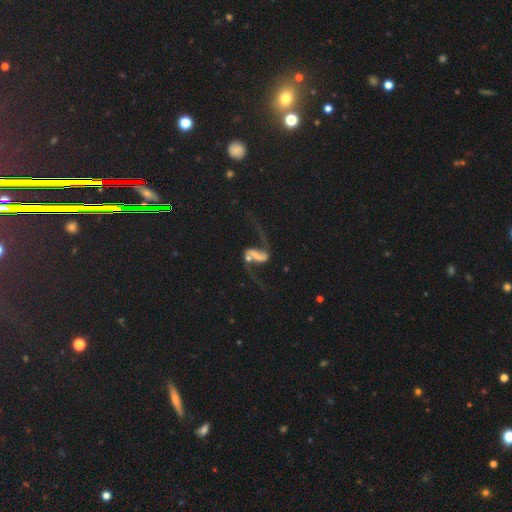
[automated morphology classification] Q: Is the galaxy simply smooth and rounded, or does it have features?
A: featured or disk — 85%.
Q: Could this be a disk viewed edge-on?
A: no — 96%.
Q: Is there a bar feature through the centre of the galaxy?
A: strong — 50%.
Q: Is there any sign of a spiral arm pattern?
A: yes — 94%.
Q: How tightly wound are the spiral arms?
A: loose — 87%.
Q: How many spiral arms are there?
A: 2 — 93%.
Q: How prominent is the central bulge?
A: none — 50%.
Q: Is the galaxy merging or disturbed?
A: none — 56%.